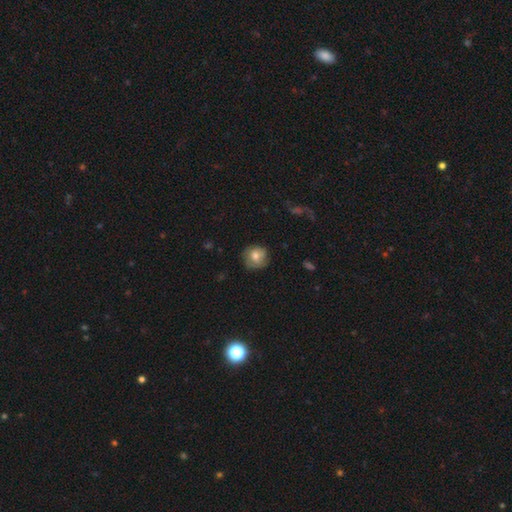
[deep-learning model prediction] This is likely a smooth galaxy (72%). How rounded: clearly round (87%). Merging: likely none (71%).